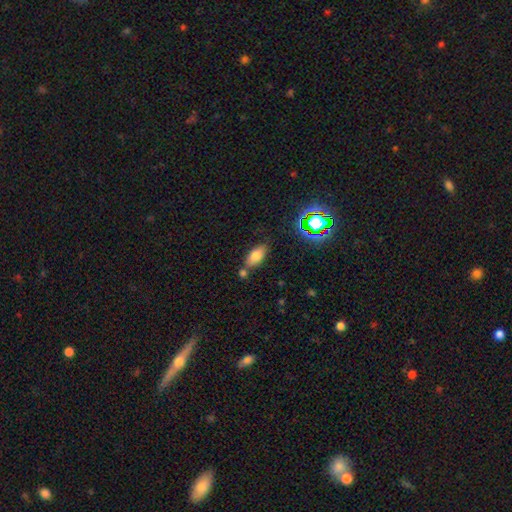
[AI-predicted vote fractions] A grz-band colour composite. It shows a smooth galaxy with no disk features (75%) that is in between round and cigar-shaped (89%). Merging: none (66%).